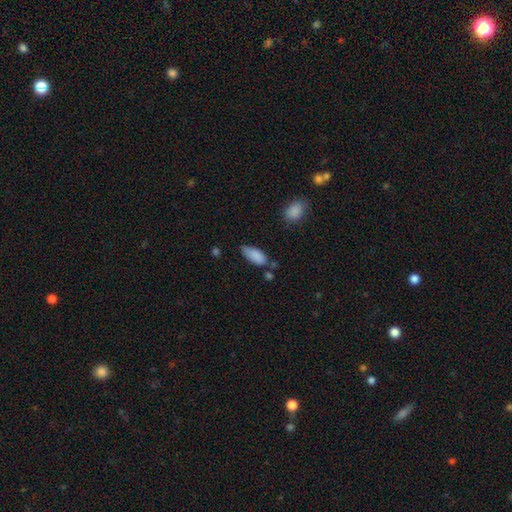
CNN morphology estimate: Q: Smooth or featured?
A: smooth (86%); runner-up: star or artifact (7%)
Q: How rounded?
A: in between (85%); runner-up: cigar-shaped (13%)
Q: Merging?
A: none (51%); runner-up: minor disturbance (36%)